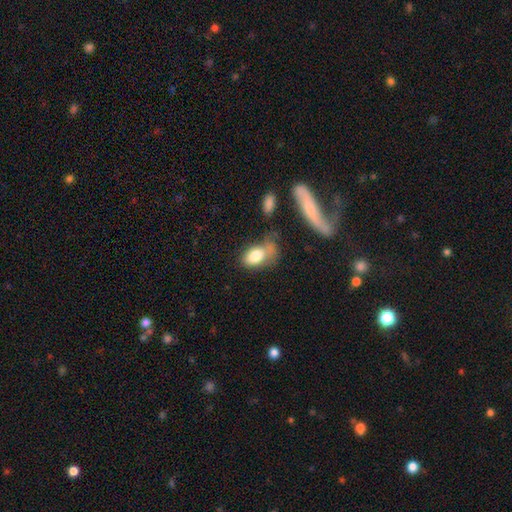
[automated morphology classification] Smooth or featured: smooth — 79% (featured or disk — 14%)
How rounded: in between — 89% (round — 7%)
Merging: none — 34% (minor disturbance — 26%)